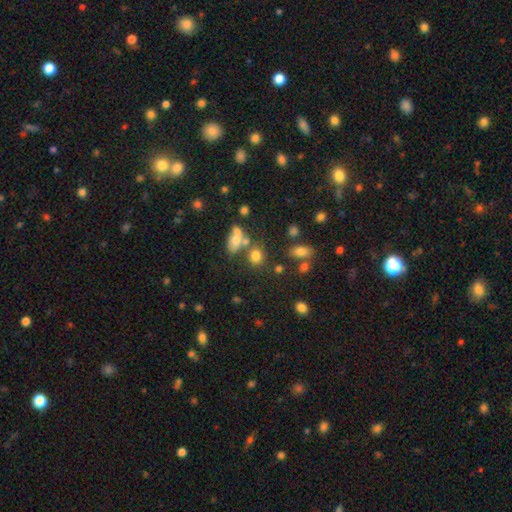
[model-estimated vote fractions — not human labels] smooth_or_featured: smooth (p=0.74) [alt: star or artifact p=0.15]
how_rounded: round (p=0.51) [alt: in between p=0.47]
merging: none (p=0.53) [alt: merger p=0.27]